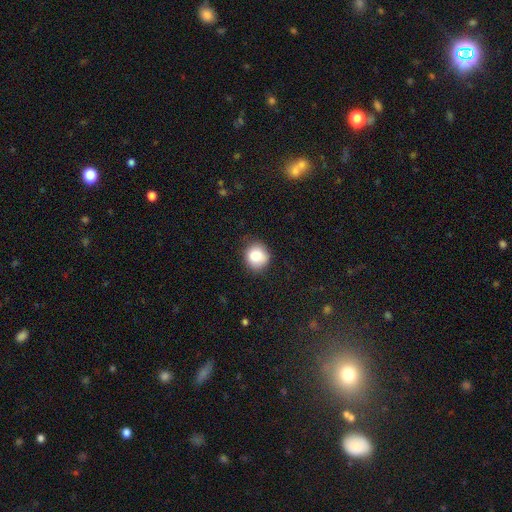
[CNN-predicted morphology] Smooth or featured?
  - smooth: 84% *
  - star or artifact: 9%
  - featured or disk: 7%
How rounded?
  - round: 86% *
  - in between: 13%
  - cigar-shaped: 1%
Merging?
  - none: 81% *
  - minor disturbance: 14%
  - major disturbance: 3%
  - merger: 1%